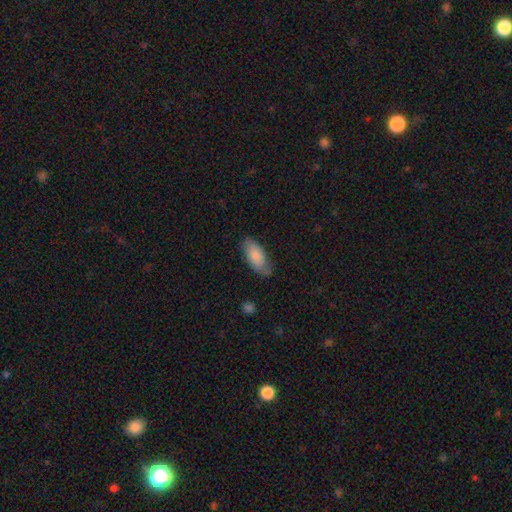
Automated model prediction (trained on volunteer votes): smooth_or_featured: smooth (p=0.82) [alt: featured or disk p=0.12]
how_rounded: in between (p=0.90) [alt: cigar-shaped p=0.08]
merging: none (p=0.69) [alt: minor disturbance p=0.24]